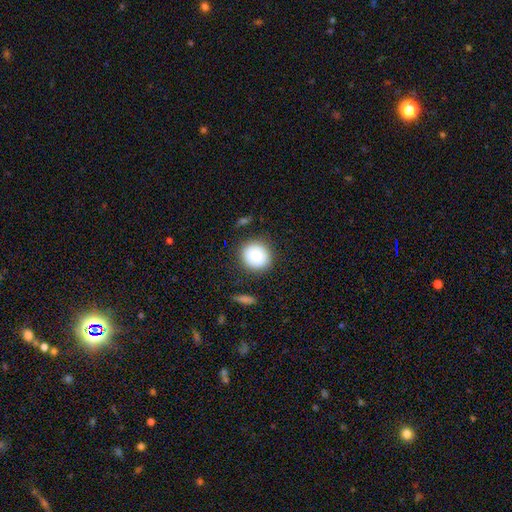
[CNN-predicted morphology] Smooth or featured?
  - smooth: 82% *
  - featured or disk: 10%
  - star or artifact: 8%
How rounded?
  - round: 86% *
  - in between: 13%
  - cigar-shaped: 1%
Merging?
  - none: 84% *
  - minor disturbance: 11%
  - major disturbance: 3%
  - merger: 2%